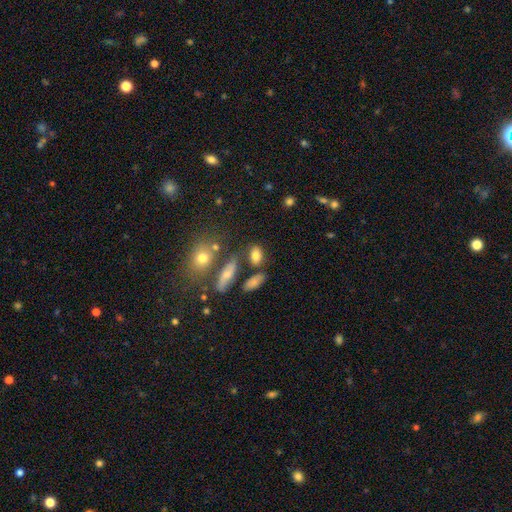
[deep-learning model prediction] smooth-or-featured: smooth: 78% | featured or disk: 12% | star or artifact: 10%
  how-rounded: in between: 80% | round: 15% | cigar-shaped: 4%
  merging: none: 65% | minor disturbance: 17% | merger: 12% | major disturbance: 6%